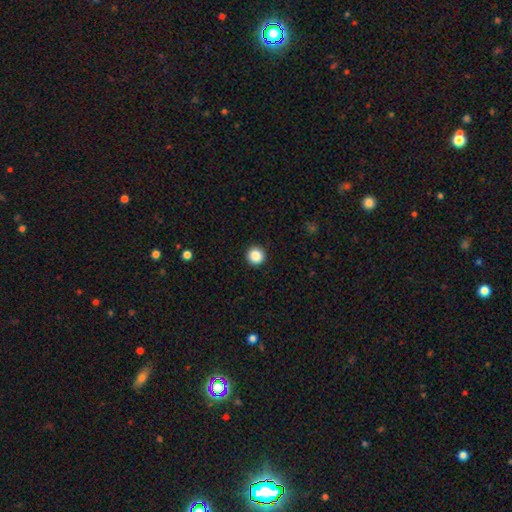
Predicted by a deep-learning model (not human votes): A smooth galaxy with no disk features (87%) that is round (96%).

Vote fractions:
- Smooth or featured? smooth: 87% / star or artifact: 10% / featured or disk: 3%
- How rounded? round: 96% / in between: 3% / cigar-shaped: 1%
- Merging? none: 93% / minor disturbance: 4% / major disturbance: 2% / merger: 1%